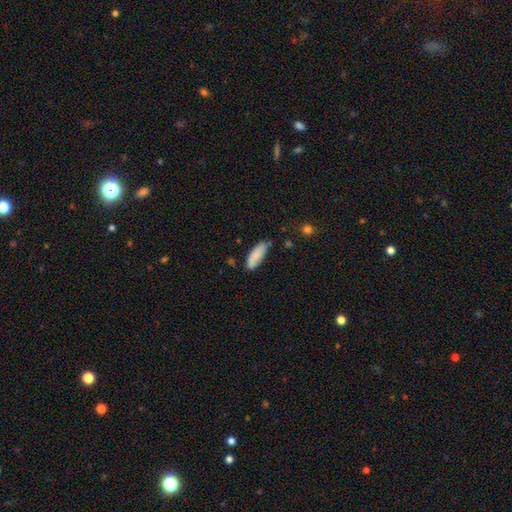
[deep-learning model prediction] Smooth or featured? Predicted: smooth (p=0.83). How rounded? Predicted: in between (p=0.67). Merging? Predicted: none (p=0.71).